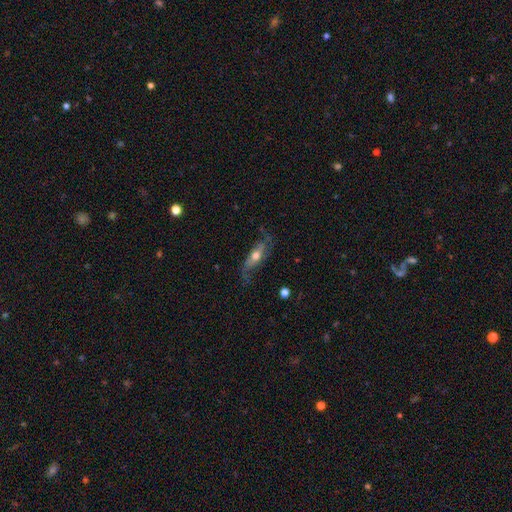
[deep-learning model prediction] Smooth or featured? featured or disk (59%)
Edge-on disk? no (70%)
Merging? none (55%)